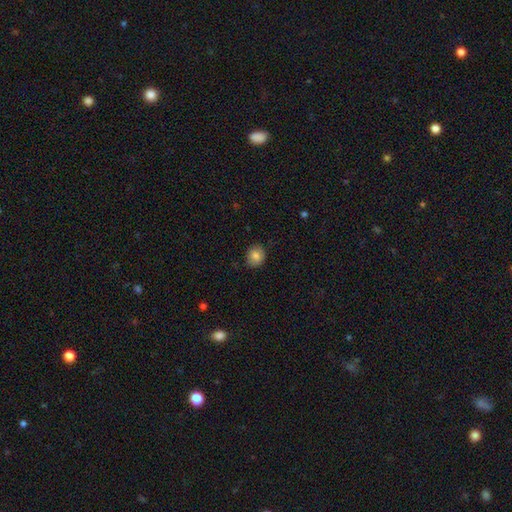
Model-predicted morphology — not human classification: type=smooth (82%); roundness=round (72%); merging=none (82%).